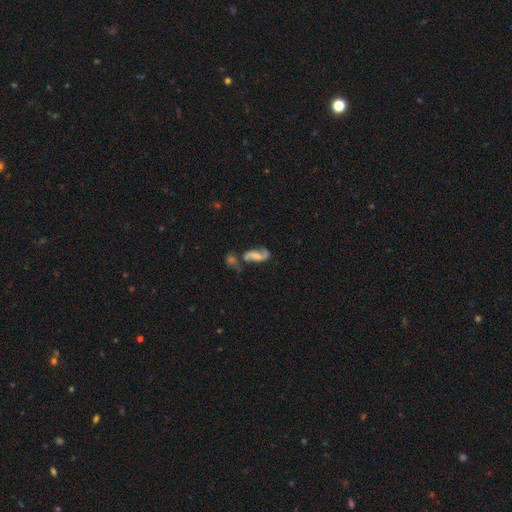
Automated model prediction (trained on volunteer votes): Morphology: type=featured or disk (78%); edge-on=no (96%); bar=no (41%, tied with weak); spiral arms=yes (93%); winding=loose (62%); arm count=2 (89%); bulge=moderate (33%); merging=none (43%).